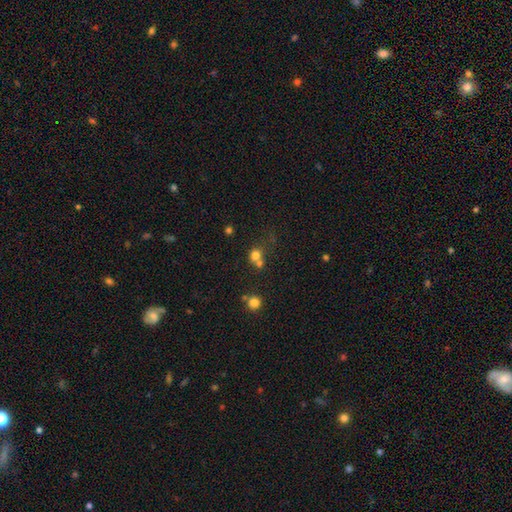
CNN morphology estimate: A smooth galaxy with no disk features (73%) that is round (81%).

Vote fractions:
- Smooth or featured? smooth: 73% / star or artifact: 16% / featured or disk: 11%
- How rounded? round: 81% / in between: 18% / cigar-shaped: 1%
- Merging? merger: 44% / none: 42% / minor disturbance: 8% / major disturbance: 5%